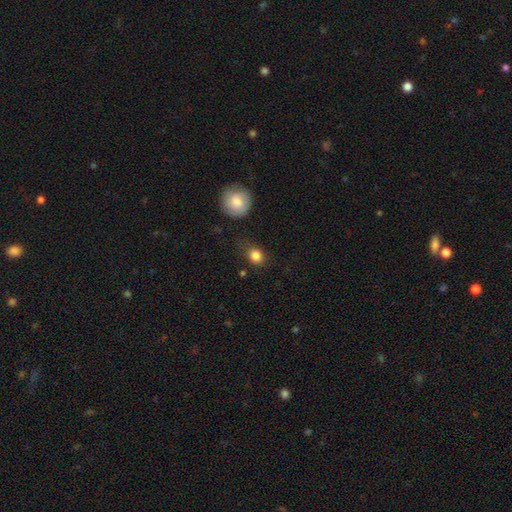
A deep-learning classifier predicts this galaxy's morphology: Smooth or featured? smooth (85%)
How rounded? round (68%)
Merging? none (70%)